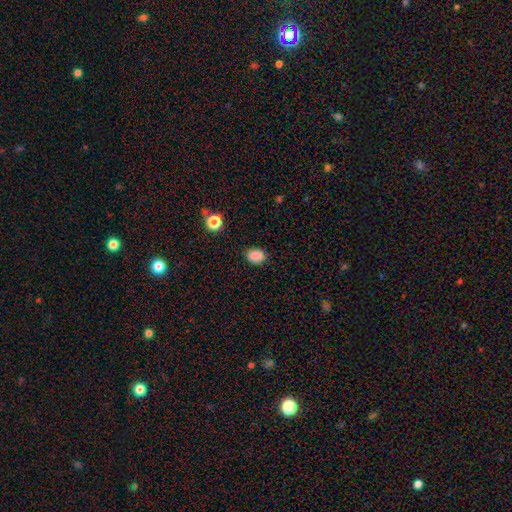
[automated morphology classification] Smooth or featured: smooth — 86% (star or artifact — 10%)
How rounded: in between — 61% (round — 38%)
Merging: none — 84% (minor disturbance — 12%)